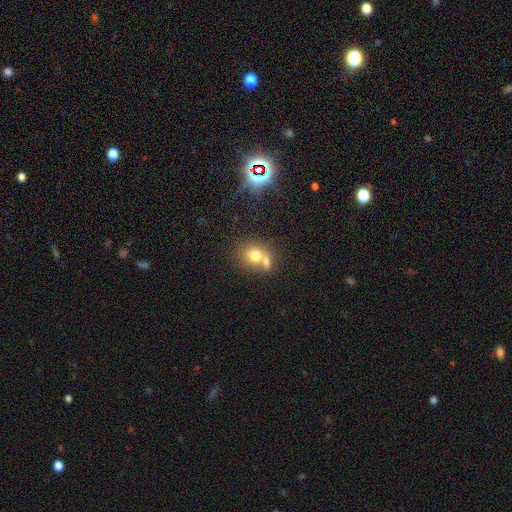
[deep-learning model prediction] Smooth or featured? Predicted: smooth (p=0.73). How rounded? Predicted: round (p=0.68). Merging? Predicted: merger (p=0.45).